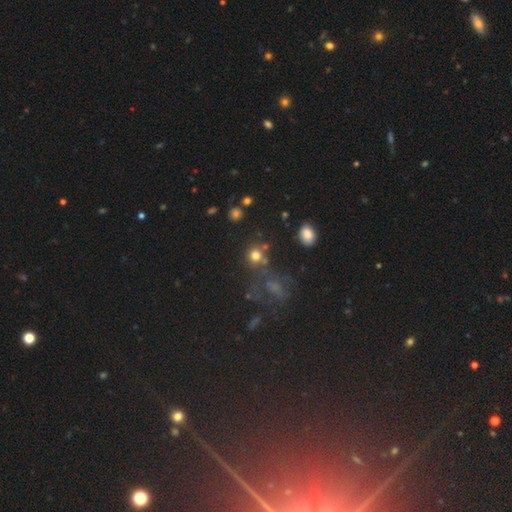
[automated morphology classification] A smooth galaxy with no disk features (76%) that is round (88%).

Vote fractions:
- Smooth or featured? smooth: 76% / star or artifact: 16% / featured or disk: 8%
- How rounded? round: 88% / in between: 10% / cigar-shaped: 1%
- Merging? none: 67% / merger: 15% / minor disturbance: 11% / major disturbance: 7%